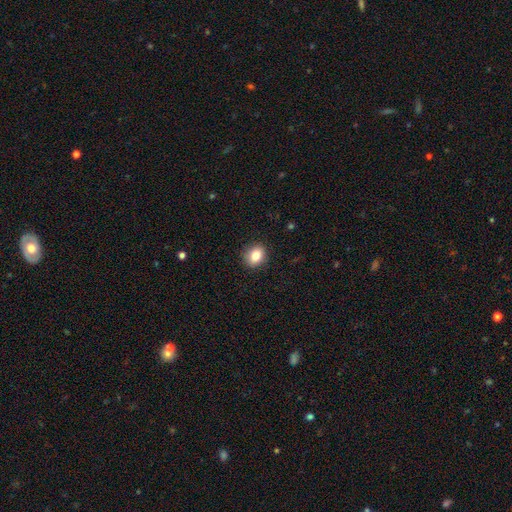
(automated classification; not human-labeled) smooth_or_featured: smooth (p=0.83) [alt: star or artifact p=0.09]
how_rounded: round (p=0.55) [alt: in between p=0.44]
merging: none (p=0.89) [alt: minor disturbance p=0.08]